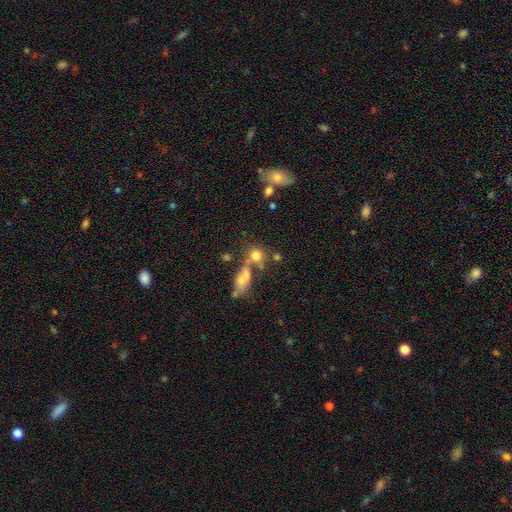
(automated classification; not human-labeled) A smooth galaxy with no disk features (70%) that is round (73%). Merging: none (44%).